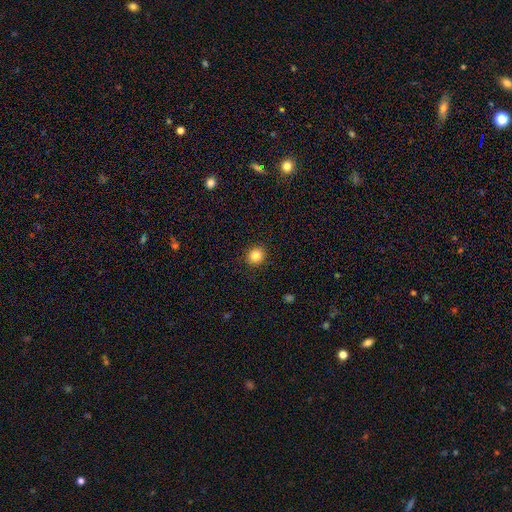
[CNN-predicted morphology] Smooth or featured: smooth — 83% (star or artifact — 11%)
How rounded: round — 88% (in between — 11%)
Merging: none — 91% (minor disturbance — 6%)